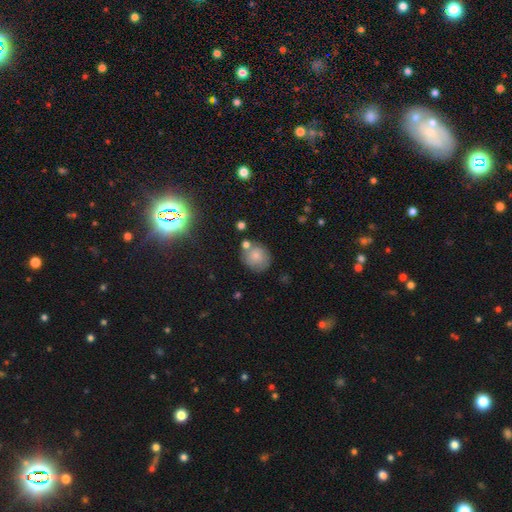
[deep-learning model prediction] This appears to be a smooth galaxy with no disk features (76%) that is round (78%). Merging: none (66%).